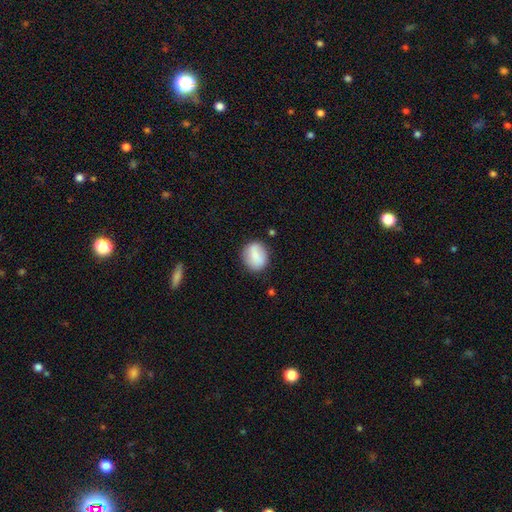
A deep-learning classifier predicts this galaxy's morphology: Overall: smooth (75%). How rounded: round (62%; in between 37%). Merging: none (79%).